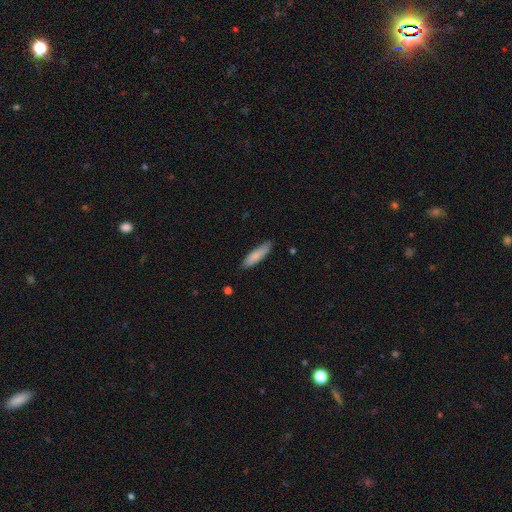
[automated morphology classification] A smooth galaxy with no disk features (81%) that is cigar-shaped (68%). Merging: none (83%).